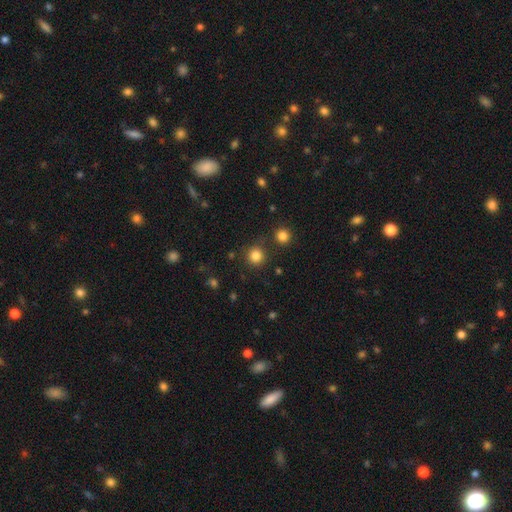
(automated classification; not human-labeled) A smooth galaxy with no disk features (83%) that is round (93%). Merging: none (82%).